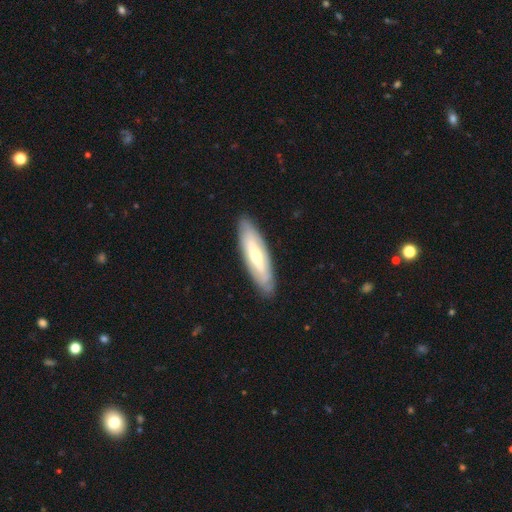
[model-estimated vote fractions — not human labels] A featured or disk galaxy (58%).

Vote fractions:
- Smooth or featured? featured or disk: 58% / smooth: 37% / star or artifact: 5%
- Edge-on disk? no: 60% / yes: 40%
- Merging? none: 87% / minor disturbance: 10% / major disturbance: 2% / merger: 1%